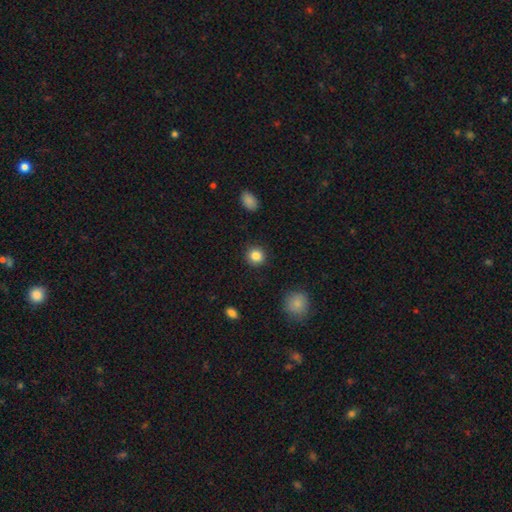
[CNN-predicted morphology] Smooth or featured?
  - smooth: 85% *
  - star or artifact: 10%
  - featured or disk: 5%
How rounded?
  - round: 91% *
  - in between: 8%
  - cigar-shaped: 1%
Merging?
  - none: 91% *
  - minor disturbance: 6%
  - major disturbance: 2%
  - merger: 1%